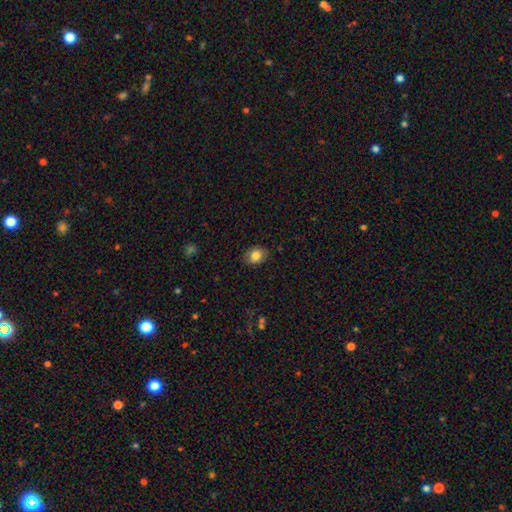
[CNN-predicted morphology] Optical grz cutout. It shows a smooth galaxy with no disk features (81%) that is in between round and cigar-shaped (66%). Merging: none (85%).